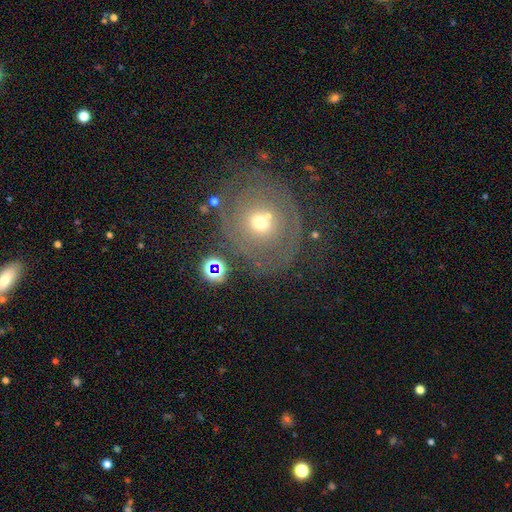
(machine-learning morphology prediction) smooth-or-featured: featured or disk: 49% | smooth: 31% | star or artifact: 20%
  merging: none: 76% | minor disturbance: 12% | major disturbance: 7% | merger: 5%